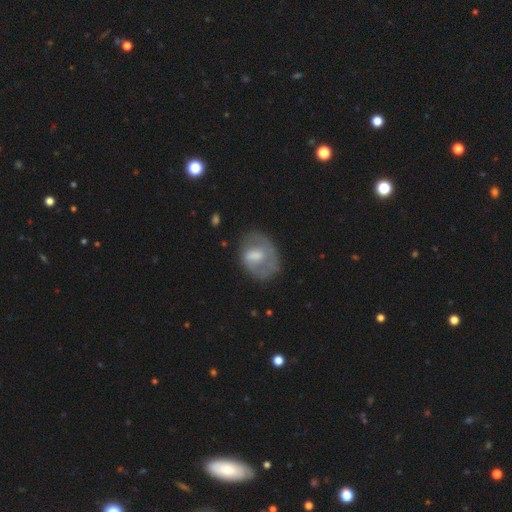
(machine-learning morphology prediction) Q: Smooth or featured?
A: featured or disk (48%); runner-up: smooth (45%)
Q: Merging?
A: none (53%); runner-up: minor disturbance (26%)